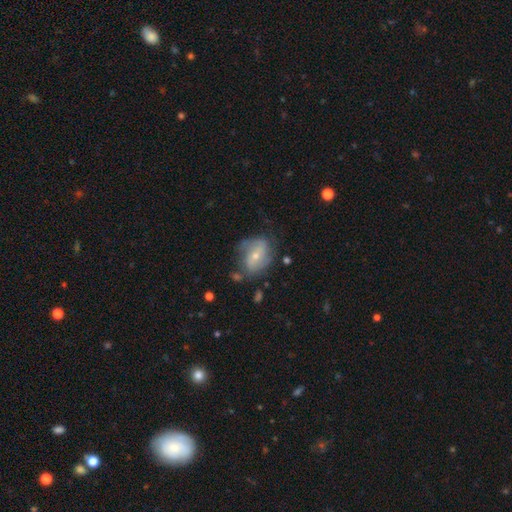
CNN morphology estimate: smooth_or_featured: featured or disk (p=0.59) [alt: smooth p=0.33]
disk_edge_on: no (p=0.95) [alt: yes p=0.05]
bar: no (p=0.45) [alt: weak p=0.37]
has_spiral_arms: yes (p=0.74) [alt: no p=0.26]
bulge_size: small (p=0.58) [alt: moderate p=0.38]
merging: none (p=0.56) [alt: minor disturbance p=0.26]